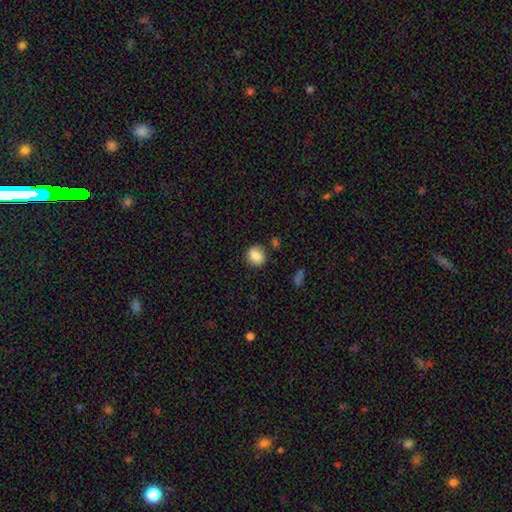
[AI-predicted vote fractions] smooth 84%, star or artifact 9%, featured or disk 8%. Down the decision tree: how rounded — round (65%); merging — none (82%).